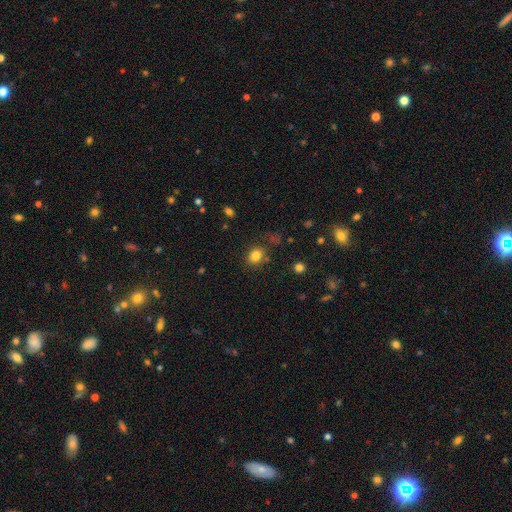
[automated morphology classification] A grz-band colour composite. It shows a smooth galaxy with no disk features (82%) that is round (61%). Merging: none (78%).